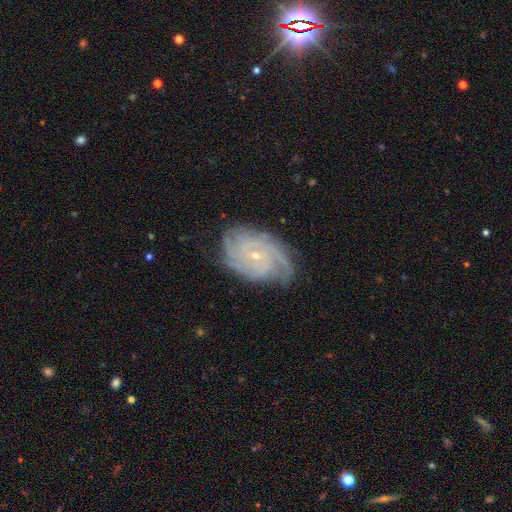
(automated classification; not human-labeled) Smooth or featured? featured or disk (87%)
Edge-on disk? no (97%)
Bar? no (71%)
Spiral arms? yes (98%)
Spiral winding? tight (71%)
Spiral arm count? 4 (28%)
Bulge size? small (81%)
Merging? none (78%)